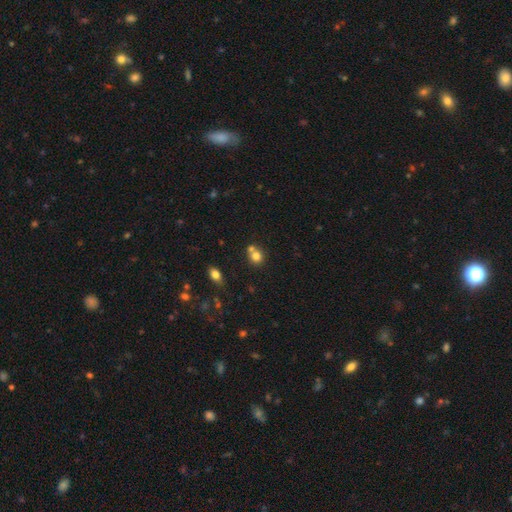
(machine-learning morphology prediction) type=smooth (77%); roundness=round (81%); merging=none (51%).